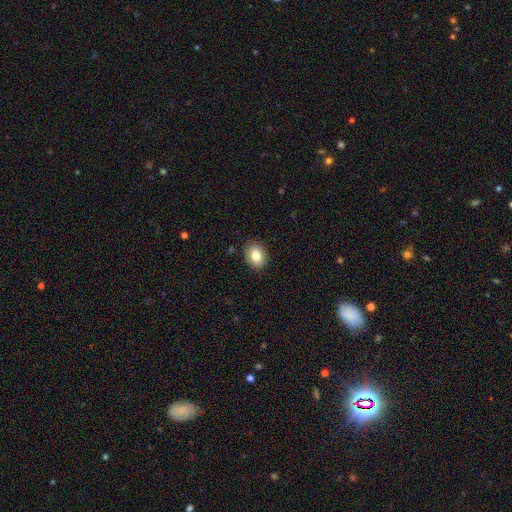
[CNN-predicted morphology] smooth_or_featured: smooth (p=0.82) [alt: featured or disk p=0.09]
how_rounded: in between (p=0.65) [alt: round p=0.34]
merging: none (p=0.89) [alt: minor disturbance p=0.08]